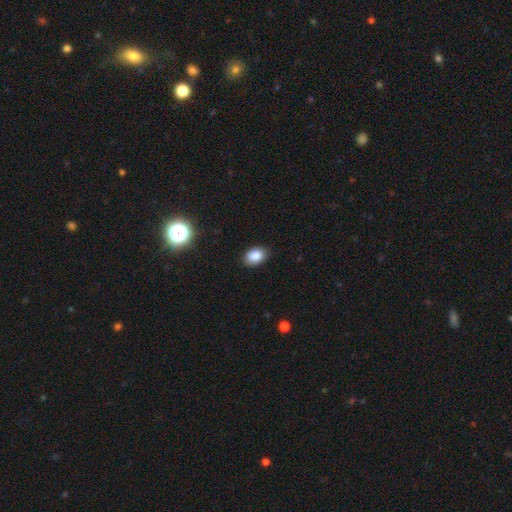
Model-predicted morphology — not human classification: The model was most divided on "how rounded": in between: 76%, round: 23%, cigar-shaped: 1%. More confident: merging — none (88%); smooth or featured — smooth (85%).